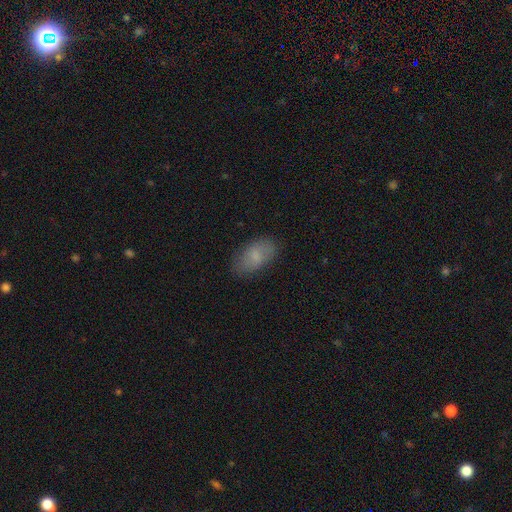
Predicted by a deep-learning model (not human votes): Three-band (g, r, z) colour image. It shows a smooth galaxy with no disk features (74%) that is in between round and cigar-shaped (93%). Merging: none (80%).